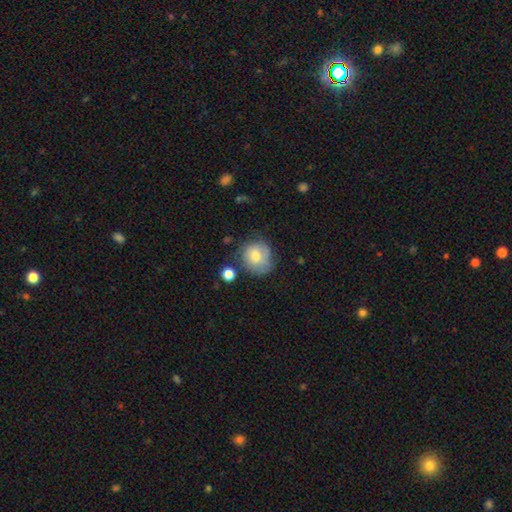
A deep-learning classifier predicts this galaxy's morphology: smooth-or-featured: smooth: 68% | featured or disk: 24% | star or artifact: 8%
  how-rounded: round: 79% | in between: 20% | cigar-shaped: 1%
  merging: none: 55% | minor disturbance: 29% | major disturbance: 12% | merger: 5%